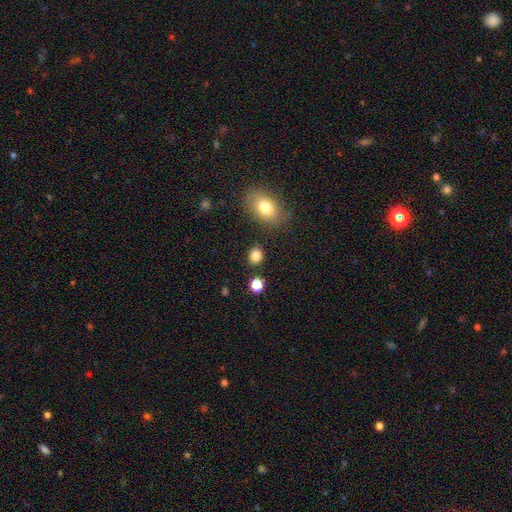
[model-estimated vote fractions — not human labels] smooth-or-featured: smooth: 84% | star or artifact: 12% | featured or disk: 5%
  how-rounded: round: 59% | in between: 39% | cigar-shaped: 1%
  merging: none: 84% | minor disturbance: 9% | merger: 4% | major disturbance: 3%